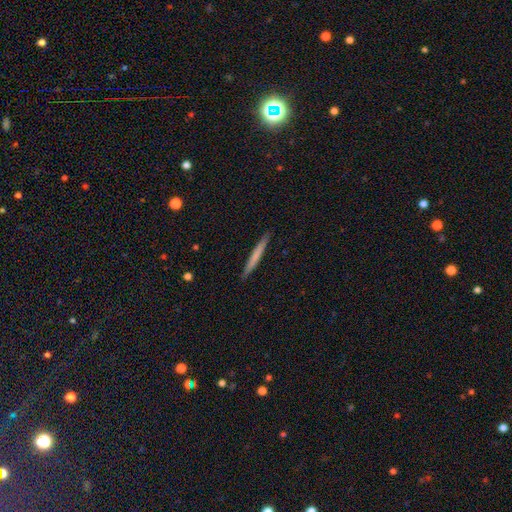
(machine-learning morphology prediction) Smooth or featured? Predicted: smooth (p=0.65). How rounded? Predicted: cigar-shaped (p=0.97). Merging? Predicted: none (p=0.91).